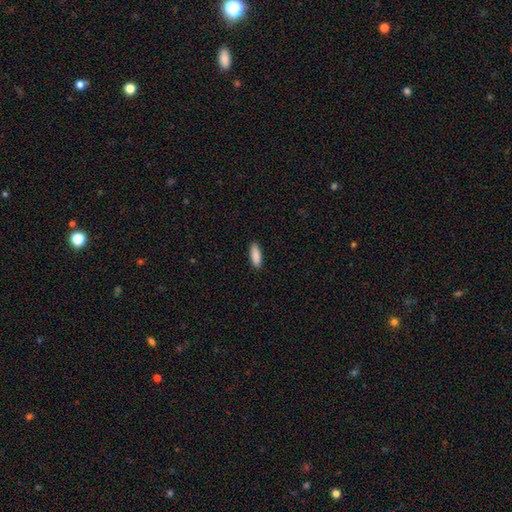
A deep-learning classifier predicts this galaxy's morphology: smooth 90%, star or artifact 6%, featured or disk 4%. Down the decision tree: how rounded — in between (68%); merging — none (89%).